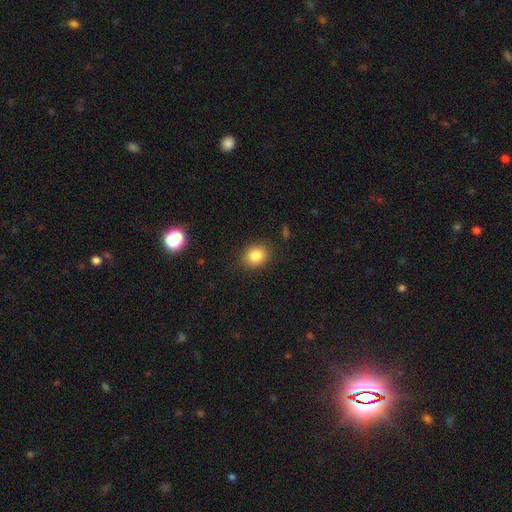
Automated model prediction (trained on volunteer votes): This is clearly a smooth galaxy (83%). How rounded: likely round (64%). Merging: clearly none (87%).